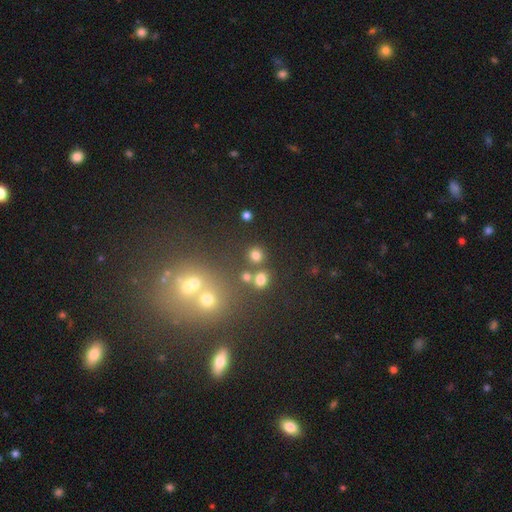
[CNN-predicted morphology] Smooth or featured?
  - smooth: 75% *
  - star or artifact: 18%
  - featured or disk: 7%
How rounded?
  - round: 84% *
  - in between: 15%
  - cigar-shaped: 1%
Merging?
  - none: 75% *
  - merger: 13%
  - minor disturbance: 8%
  - major disturbance: 4%